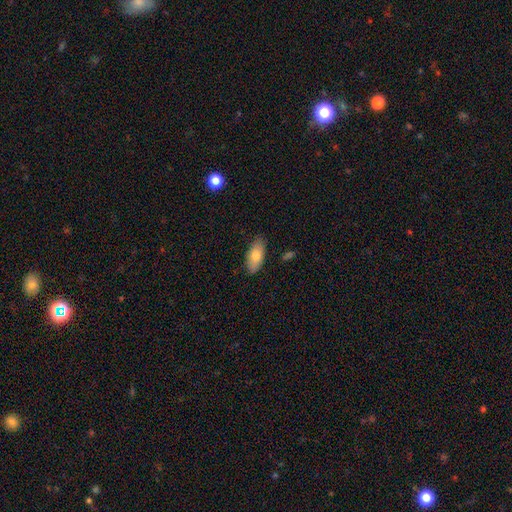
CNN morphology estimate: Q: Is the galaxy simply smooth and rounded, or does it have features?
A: smooth — 76%.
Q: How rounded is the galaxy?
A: in between — 87%.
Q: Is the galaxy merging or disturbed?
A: none — 84%.